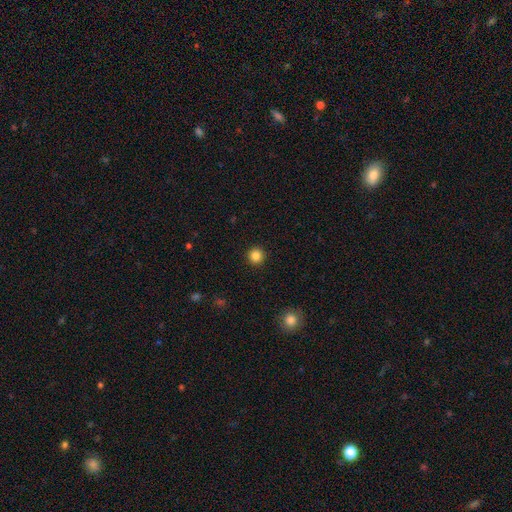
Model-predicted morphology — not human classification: Q: Smooth or featured?
A: smooth (84%); runner-up: star or artifact (11%)
Q: How rounded?
A: round (96%); runner-up: in between (3%)
Q: Merging?
A: none (93%); runner-up: minor disturbance (4%)